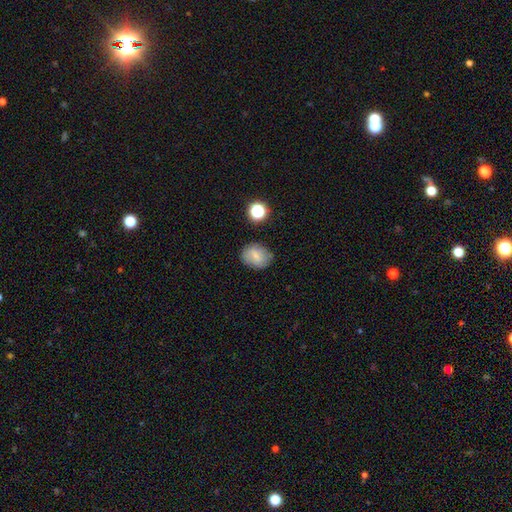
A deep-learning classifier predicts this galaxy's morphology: Smooth or featured: smooth — 68% (featured or disk — 21%)
How rounded: round — 53% (in between — 46%)
Merging: none — 72% (minor disturbance — 19%)